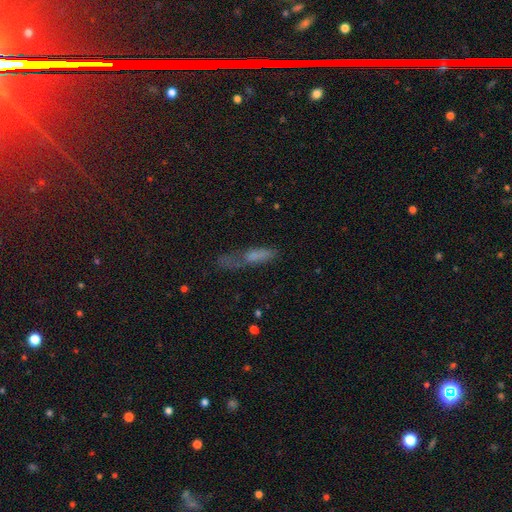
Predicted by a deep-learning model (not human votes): Smooth or featured? Predicted: smooth (p=0.63). How rounded? Predicted: cigar-shaped (p=0.70). Merging? Predicted: none (p=0.39).